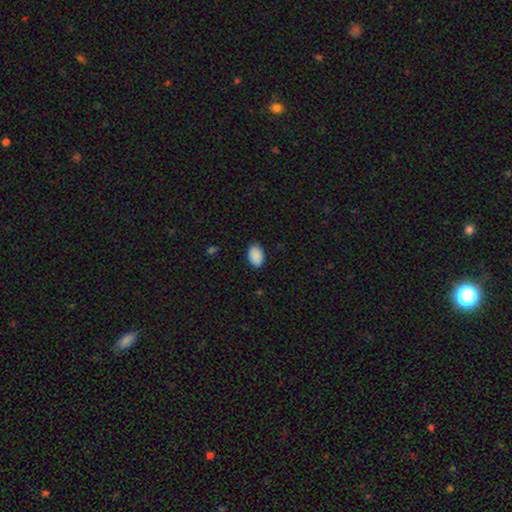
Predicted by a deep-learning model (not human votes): Smooth or featured? smooth (91%)
How rounded? in between (90%)
Merging? none (88%)